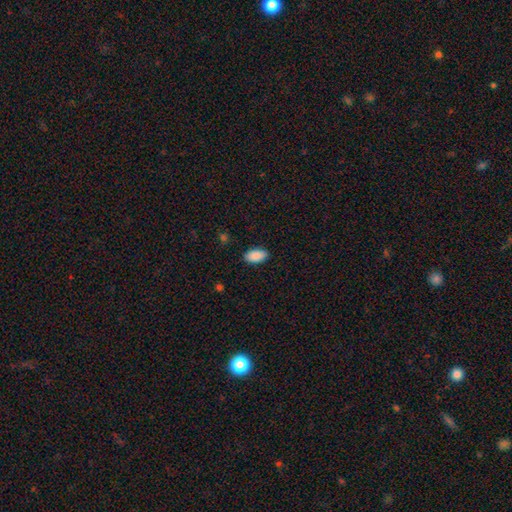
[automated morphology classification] Q: Smooth or featured?
A: smooth (90%); runner-up: star or artifact (7%)
Q: How rounded?
A: in between (95%); runner-up: round (3%)
Q: Merging?
A: none (88%); runner-up: minor disturbance (9%)